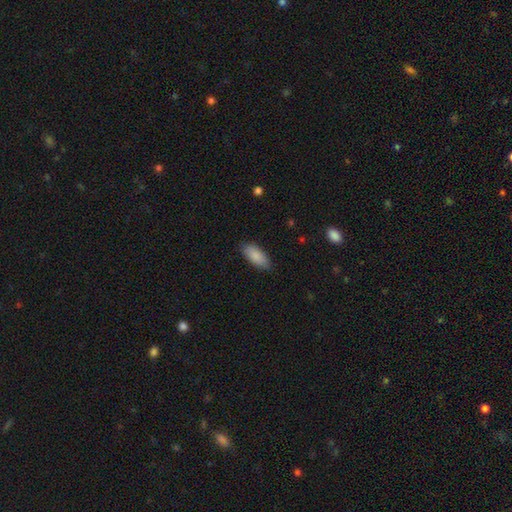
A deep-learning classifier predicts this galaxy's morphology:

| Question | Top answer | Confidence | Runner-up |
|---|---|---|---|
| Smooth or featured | smooth | 88% | featured or disk (6%) |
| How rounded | in between | 85% | cigar-shaped (14%) |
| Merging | none | 84% | minor disturbance (13%) |